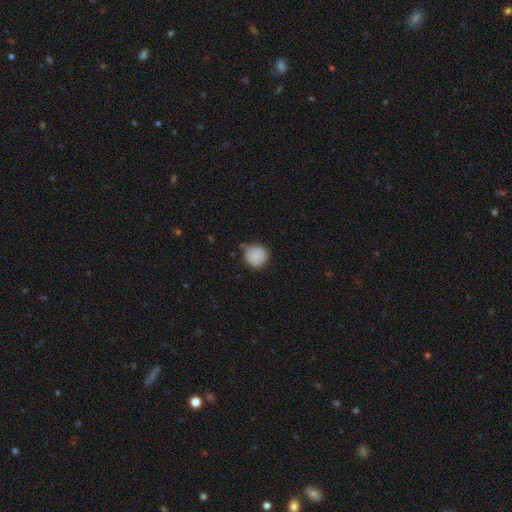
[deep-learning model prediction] A smooth galaxy with no disk features (82%) that is round (89%). Merging: none (54%).